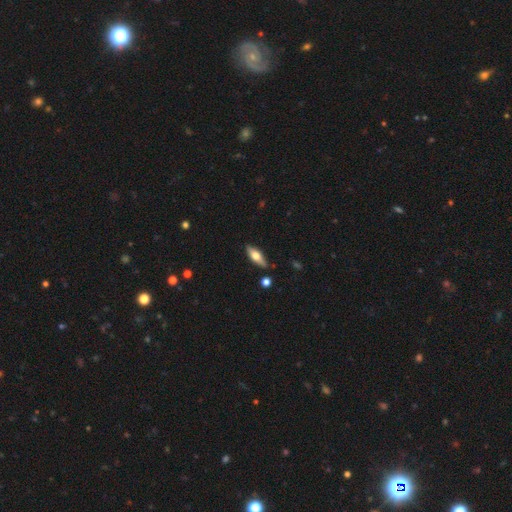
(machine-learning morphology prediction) smooth 53%, featured or disk 41%, star or artifact 6%. Down the decision tree: how rounded — in between (61%); merging — none (83%).